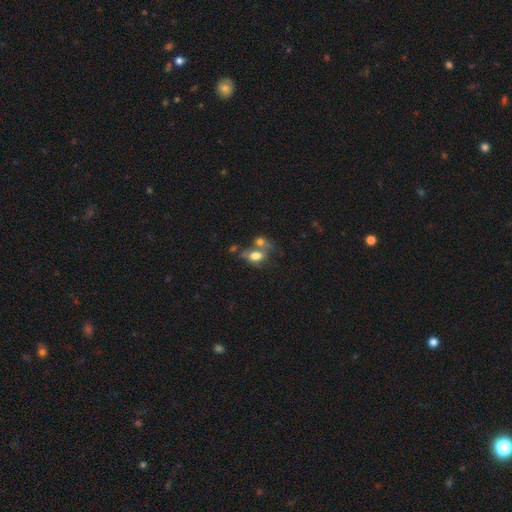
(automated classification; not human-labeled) This is likely a smooth galaxy (68%). How rounded: clearly in between (81%). Merging: possibly merger (46%).